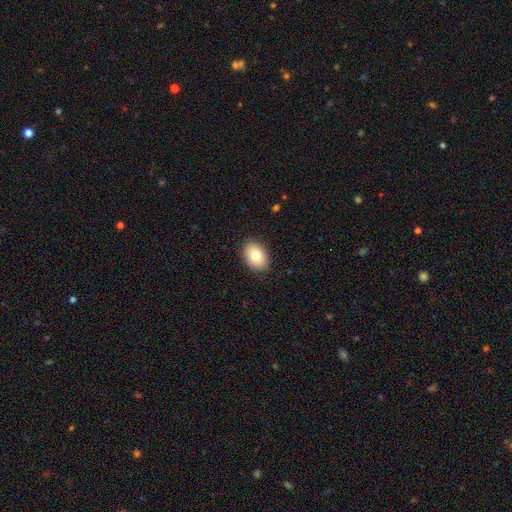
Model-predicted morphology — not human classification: Smooth or featured? smooth (78%)
How rounded? in between (80%)
Merging? none (88%)